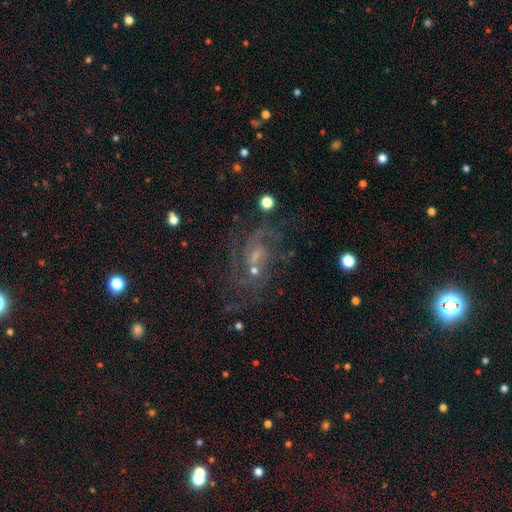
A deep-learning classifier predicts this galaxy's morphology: The model was most divided on "bar": no: 47%, weak: 44%, strong: 10%. Remaining: edge-on disk — no (96%); spiral arms — yes (88%); smooth or featured — featured or disk (76%); merging — none (59%); bulge size — small (55%); spiral winding — medium (45%); spiral arm count — can't tell (37%).